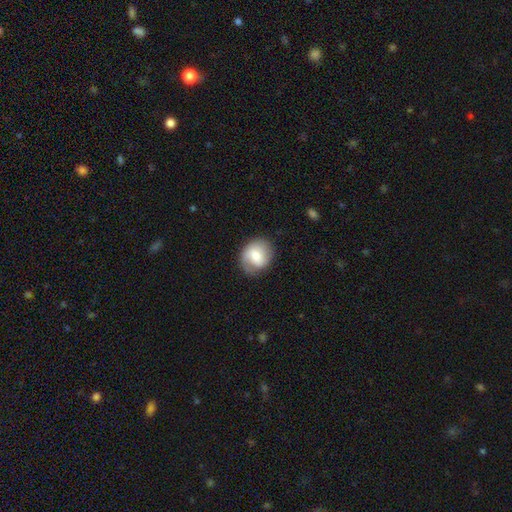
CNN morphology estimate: Overall: smooth (61%; featured or disk 32%). How rounded: round (65%; in between 34%). Merging: none (74%).